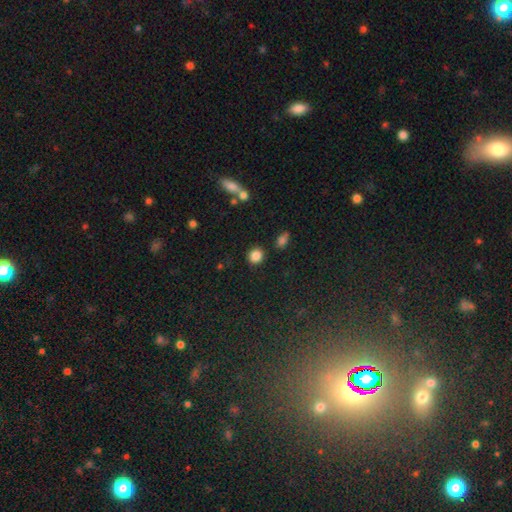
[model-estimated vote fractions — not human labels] This is clearly a smooth galaxy (86%). How rounded: clearly round (83%). Merging: clearly none (85%).